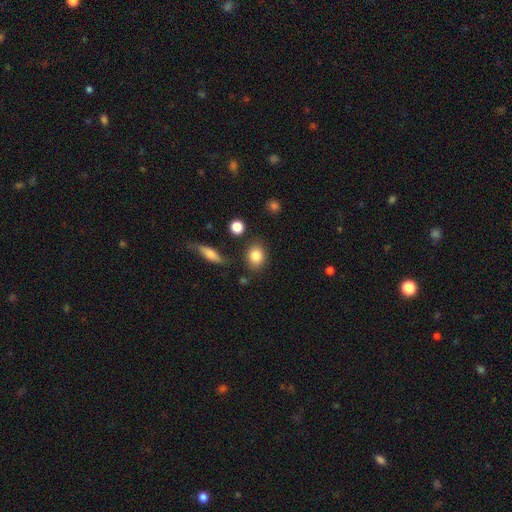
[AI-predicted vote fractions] smooth-or-featured: smooth: 84% | star or artifact: 9% | featured or disk: 7%
  how-rounded: round: 50% | in between: 48% | cigar-shaped: 2%
  merging: none: 80% | minor disturbance: 11% | merger: 5% | major disturbance: 3%